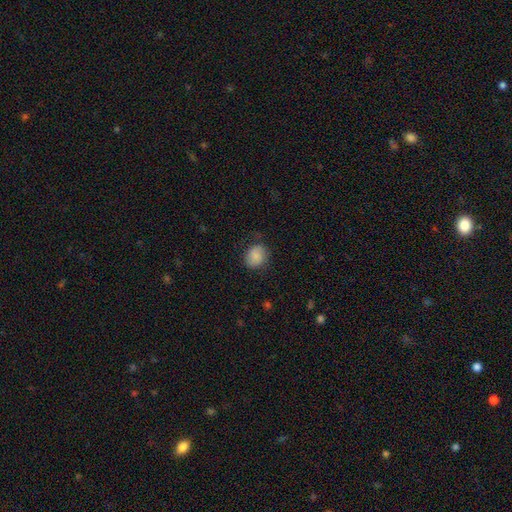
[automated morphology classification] Smooth or featured: smooth — 83% (featured or disk — 9%)
How rounded: round — 57% (in between — 42%)
Merging: none — 73% (minor disturbance — 19%)